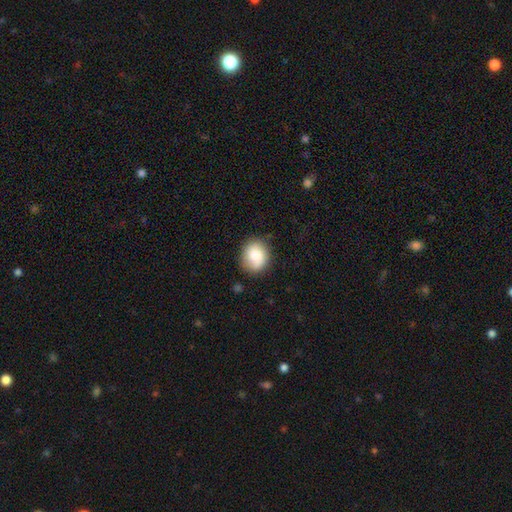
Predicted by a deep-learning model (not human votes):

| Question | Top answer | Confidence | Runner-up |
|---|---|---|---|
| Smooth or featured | smooth | 77% | featured or disk (14%) |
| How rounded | round | 70% | in between (29%) |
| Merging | none | 78% | minor disturbance (16%) |